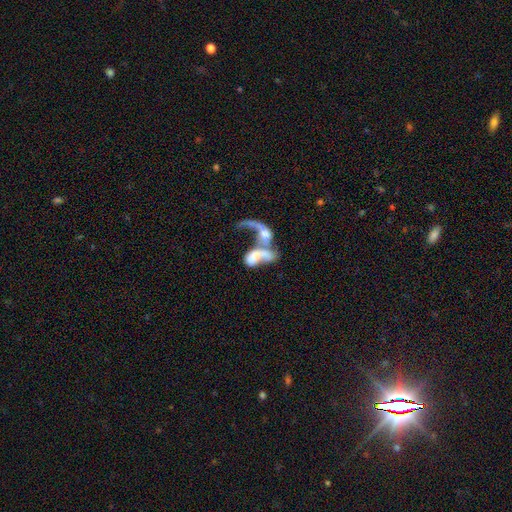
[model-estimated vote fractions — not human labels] Overall: featured or disk (57%; smooth 35%). Edge-on disk: no (94%). Bar: no (68%). Spiral arms: yes (51%; no 49%). Bulge size: moderate (35%; none 25%). Merging: merger (77%).